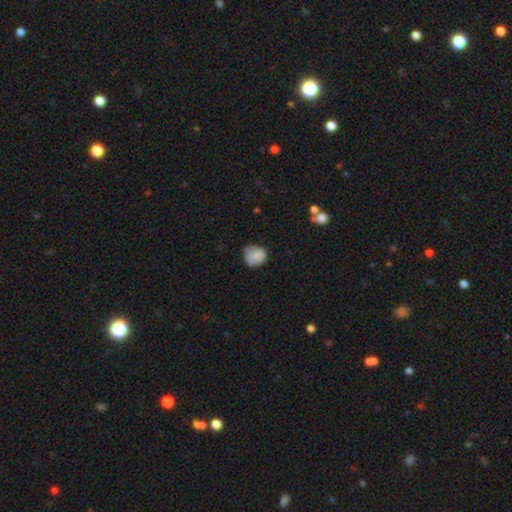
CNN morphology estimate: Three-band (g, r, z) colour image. It shows a smooth galaxy with no disk features (83%) that is round (78%). Merging: none (60%).